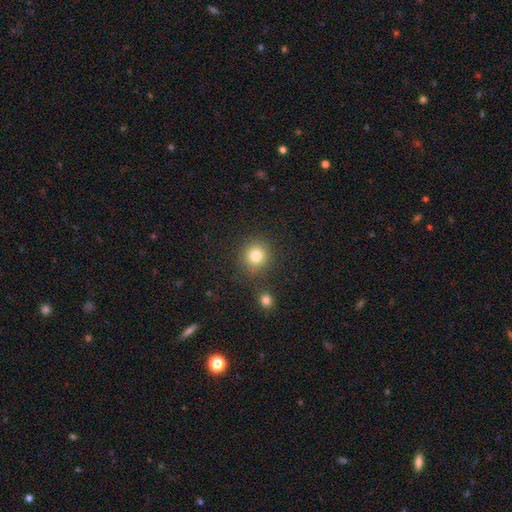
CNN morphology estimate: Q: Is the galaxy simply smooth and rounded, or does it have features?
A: smooth — 81%.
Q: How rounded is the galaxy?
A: round — 91%.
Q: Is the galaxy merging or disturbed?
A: none — 83%.